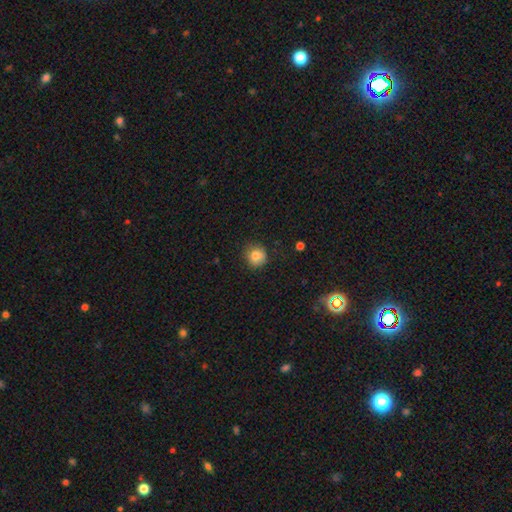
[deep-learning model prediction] Smooth or featured? Predicted: smooth (p=0.81). How rounded? Predicted: round (p=0.86). Merging? Predicted: none (p=0.78).